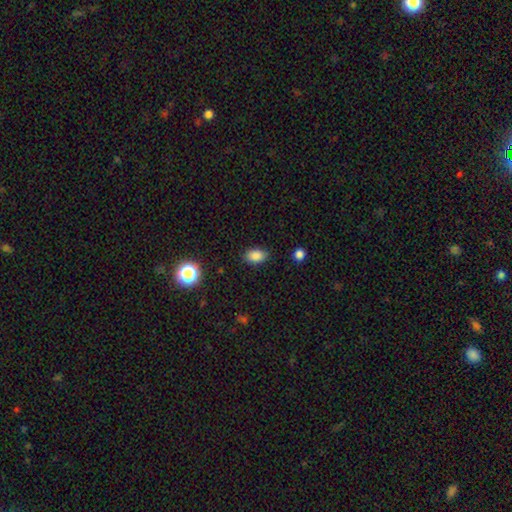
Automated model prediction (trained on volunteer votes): Smooth or featured?
  - smooth: 85% *
  - star or artifact: 11%
  - featured or disk: 4%
How rounded?
  - in between: 85% *
  - round: 14%
  - cigar-shaped: 1%
Merging?
  - none: 85% *
  - minor disturbance: 11%
  - major disturbance: 3%
  - merger: 1%